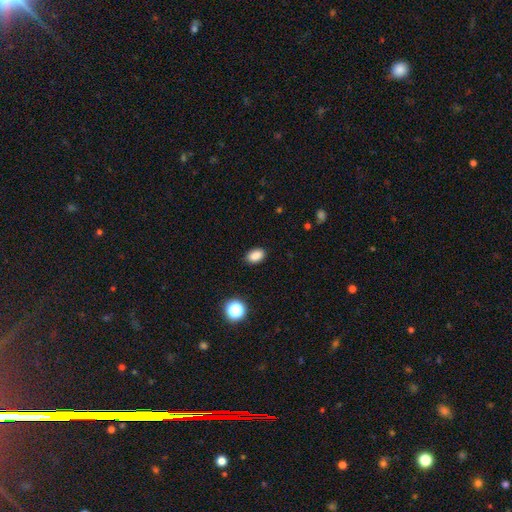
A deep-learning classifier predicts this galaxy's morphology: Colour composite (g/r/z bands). It shows a smooth galaxy with no disk features (86%) that is in between round and cigar-shaped (85%). Merging: none (88%).